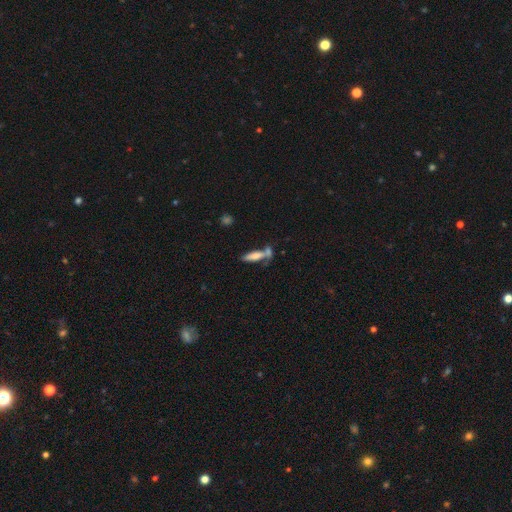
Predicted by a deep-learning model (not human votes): smooth-or-featured: smooth: 69% | featured or disk: 23% | star or artifact: 8%
  how-rounded: cigar-shaped: 61% | in between: 36% | round: 2%
  merging: none: 47% | merger: 34% | minor disturbance: 14% | major disturbance: 6%